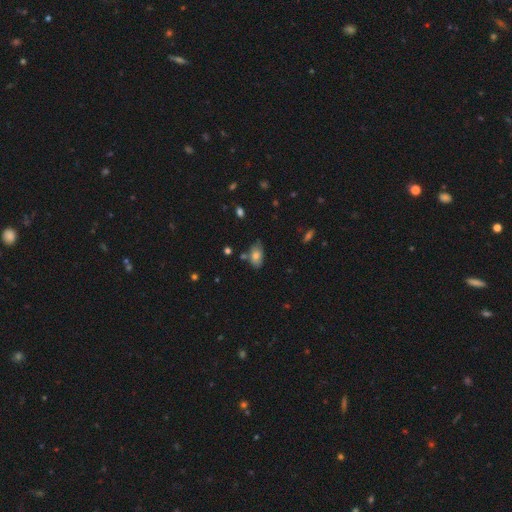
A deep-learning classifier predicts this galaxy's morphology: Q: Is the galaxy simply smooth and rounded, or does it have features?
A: smooth — 72%.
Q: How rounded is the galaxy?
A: in between — 90%.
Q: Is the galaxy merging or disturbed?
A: none — 66%.